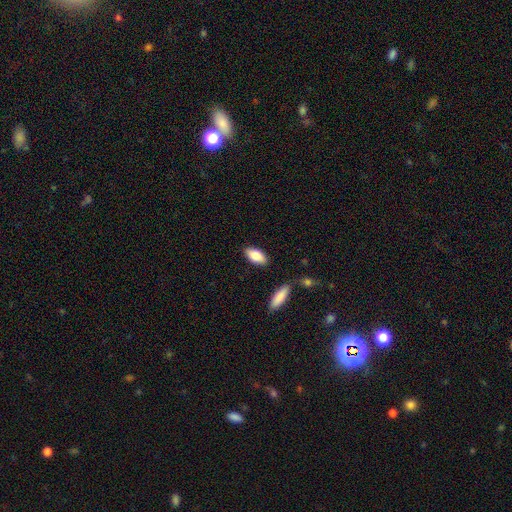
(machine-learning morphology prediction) This appears to be a smooth galaxy with no disk features (84%) that is in between round and cigar-shaped (89%). Merging: none (86%).